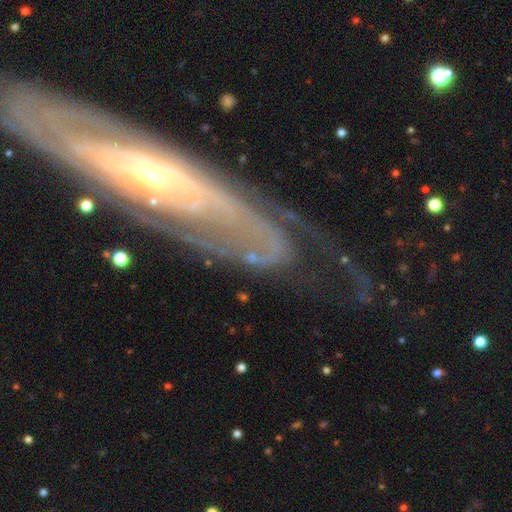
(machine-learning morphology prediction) This appears to be a featured or disk galaxy (74%) with no bar (57%), spiral arms (80%) and a small central bulge (45%). Merging: none (55%).